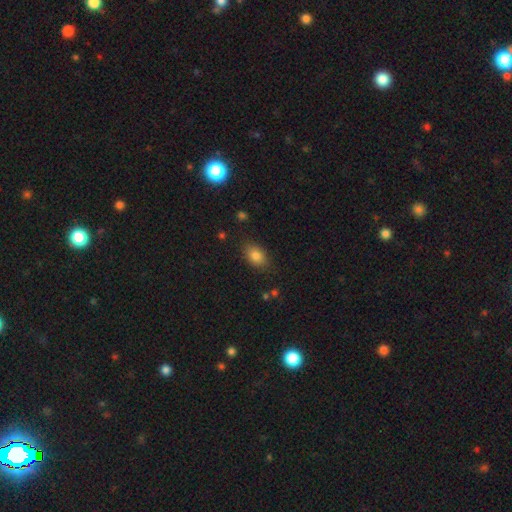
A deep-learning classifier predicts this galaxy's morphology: Smooth or featured? Predicted: smooth (p=0.84). How rounded? Predicted: in between (p=0.83). Merging? Predicted: none (p=0.83).